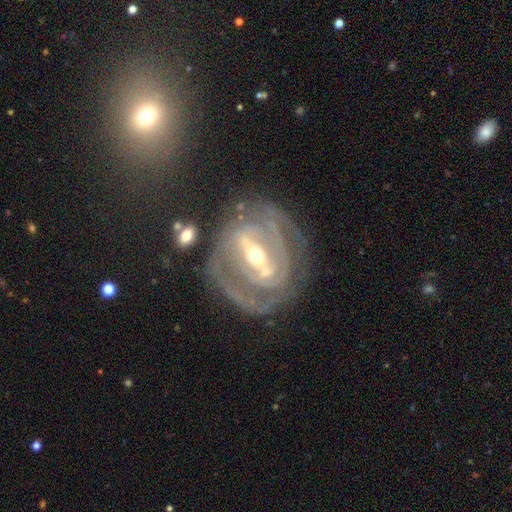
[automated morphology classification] Overall: featured or disk (87%). Edge-on disk: no (93%). Bar: strong (71%). Spiral arms: yes (83%). Spiral arm count: 2 (41%; can't tell 31%). Spiral winding: tight (66%). Bulge size: moderate (49%; small 46%). Merging: none (66%).